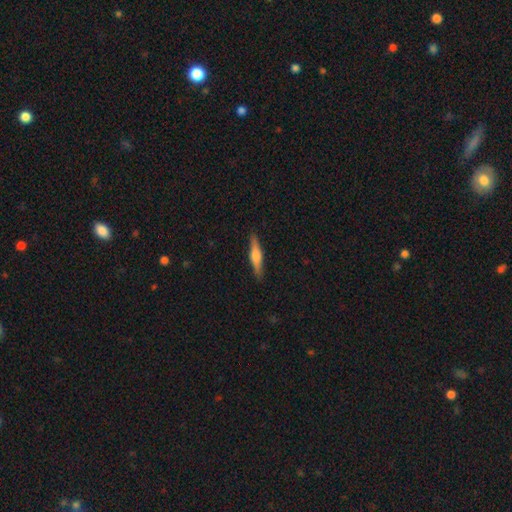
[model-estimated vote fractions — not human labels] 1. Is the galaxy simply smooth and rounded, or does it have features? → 47% smooth (tied), 47% featured or disk (tied), 6% star or artifact.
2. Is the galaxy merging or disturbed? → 89% none, 8% minor disturbance, 2% major disturbance, 1% merger.